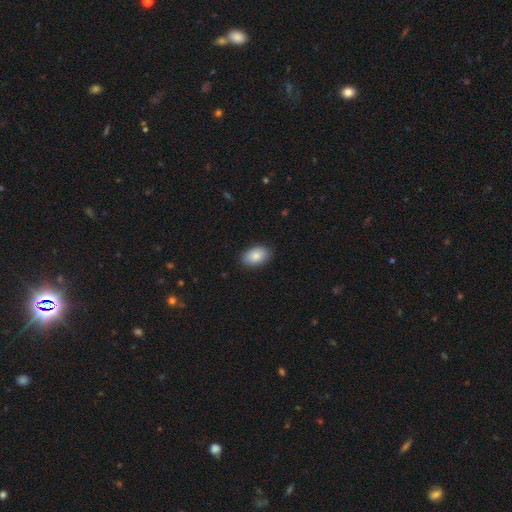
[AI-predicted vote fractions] Smooth or featured? smooth (86%)
How rounded? in between (91%)
Merging? none (88%)